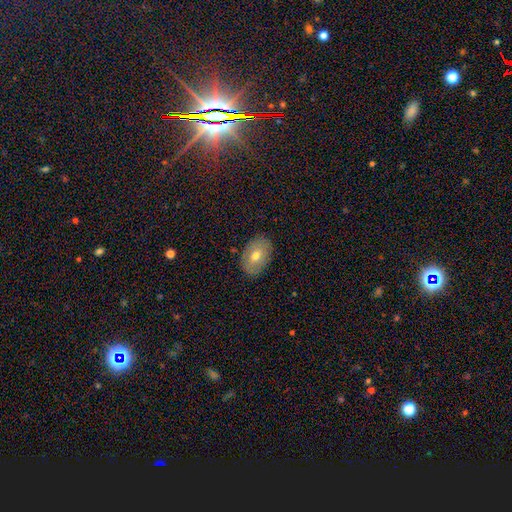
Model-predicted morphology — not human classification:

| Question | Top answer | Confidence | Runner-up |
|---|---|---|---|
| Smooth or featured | smooth | 62% | featured or disk (30%) |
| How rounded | in between | 87% | round (12%) |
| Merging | none | 86% | minor disturbance (11%) |